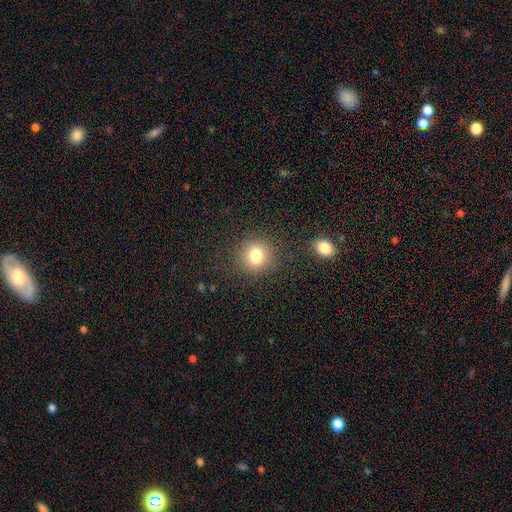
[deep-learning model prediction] A smooth galaxy with no disk features (80%) that is round (85%).

Vote fractions:
- Smooth or featured? smooth: 80% / star or artifact: 12% / featured or disk: 8%
- How rounded? round: 85% / in between: 14% / cigar-shaped: 1%
- Merging? none: 86% / minor disturbance: 8% / major disturbance: 4% / merger: 2%